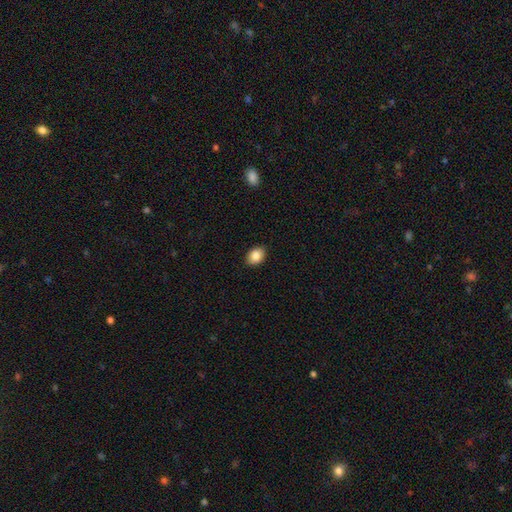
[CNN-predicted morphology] Smooth or featured?
  - smooth: 86% *
  - star or artifact: 8%
  - featured or disk: 6%
How rounded?
  - in between: 76% *
  - round: 23%
  - cigar-shaped: 1%
Merging?
  - none: 89% *
  - minor disturbance: 8%
  - major disturbance: 2%
  - merger: 1%